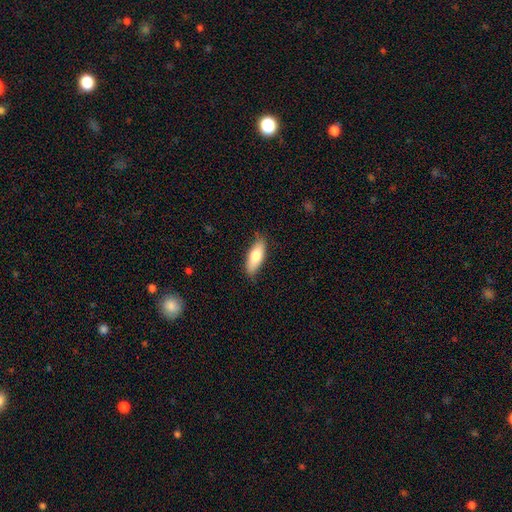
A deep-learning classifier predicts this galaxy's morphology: smooth_or_featured: smooth (p=0.75) [alt: featured or disk p=0.19]
how_rounded: in between (p=0.67) [alt: cigar-shaped p=0.31]
merging: none (p=0.83) [alt: minor disturbance p=0.13]